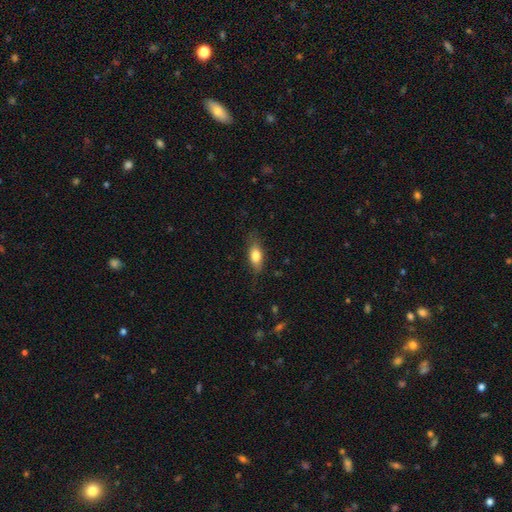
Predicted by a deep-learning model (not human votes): Q: Smooth or featured?
A: smooth (76%); runner-up: featured or disk (16%)
Q: How rounded?
A: in between (78%); runner-up: cigar-shaped (16%)
Q: Merging?
A: none (73%); runner-up: minor disturbance (21%)